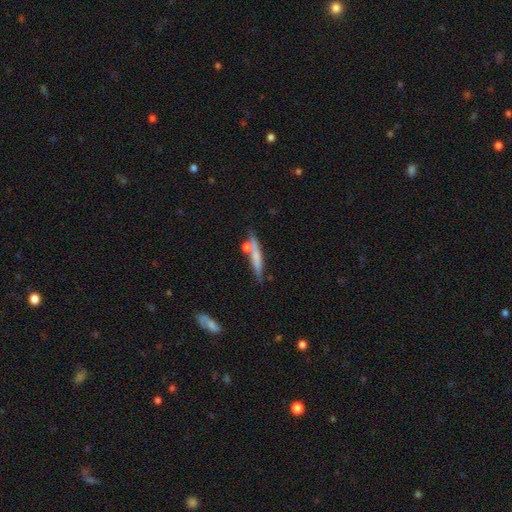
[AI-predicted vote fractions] smooth_or_featured: smooth (p=0.53) [alt: featured or disk p=0.40]
how_rounded: cigar-shaped (p=0.89) [alt: in between p=0.08]
merging: none (p=0.65) [alt: minor disturbance p=0.16]